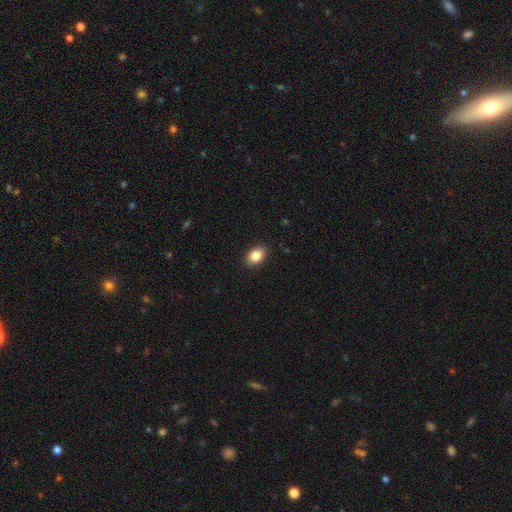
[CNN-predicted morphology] The model was most divided on "how rounded": in between: 82%, round: 17%, cigar-shaped: 1%. More confident: merging — none (89%); smooth or featured — smooth (86%).